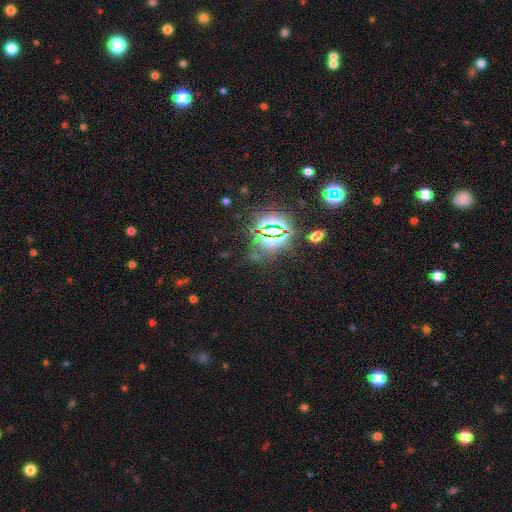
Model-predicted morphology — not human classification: Overall: star or artifact (78%).